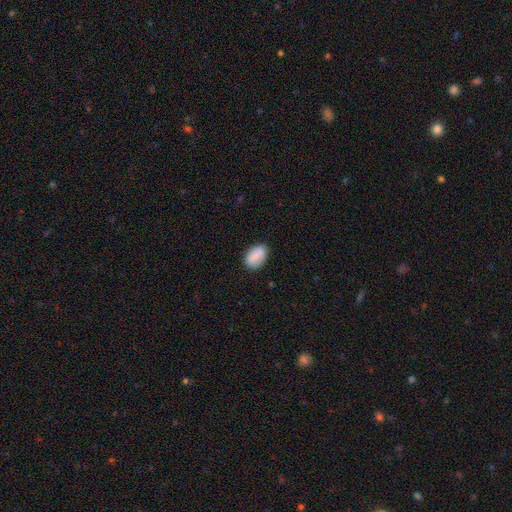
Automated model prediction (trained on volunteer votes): This is clearly a smooth galaxy (83%). How rounded: clearly in between (87%). Merging: likely none (80%).